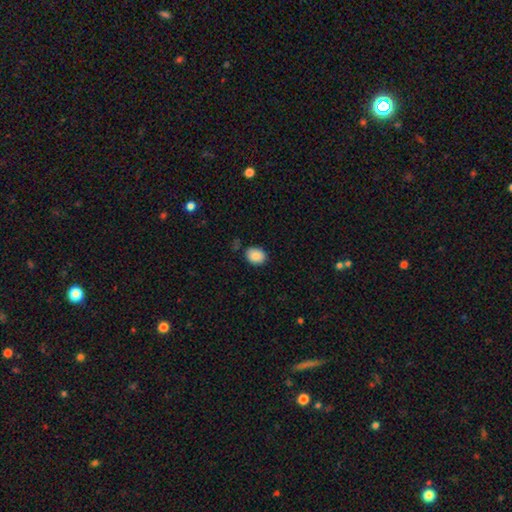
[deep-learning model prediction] The model was most divided on "how rounded": in between: 51%, round: 48%, cigar-shaped: 1%. More confident: smooth or featured — smooth (89%); merging — none (82%).